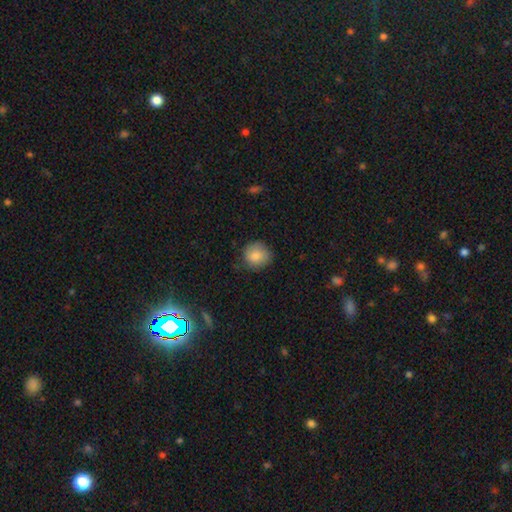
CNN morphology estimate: The model was most divided on "merging": none: 78%, minor disturbance: 17%, major disturbance: 4%, merger: 1%. More confident: how rounded — round (87%); smooth or featured — smooth (84%).